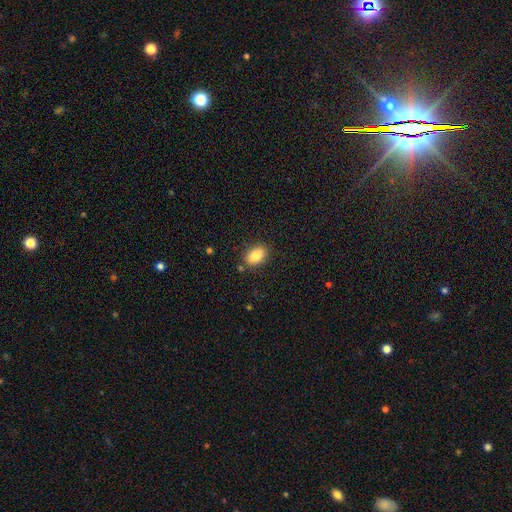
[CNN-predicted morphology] Smooth or featured: smooth — 86% (star or artifact — 8%)
How rounded: in between — 88% (round — 10%)
Merging: none — 83% (minor disturbance — 11%)